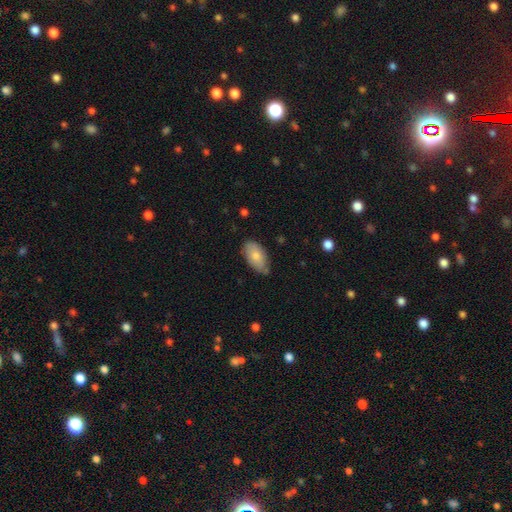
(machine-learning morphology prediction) Smooth or featured? Predicted: smooth (p=0.79). How rounded? Predicted: in between (p=0.94). Merging? Predicted: none (p=0.68).